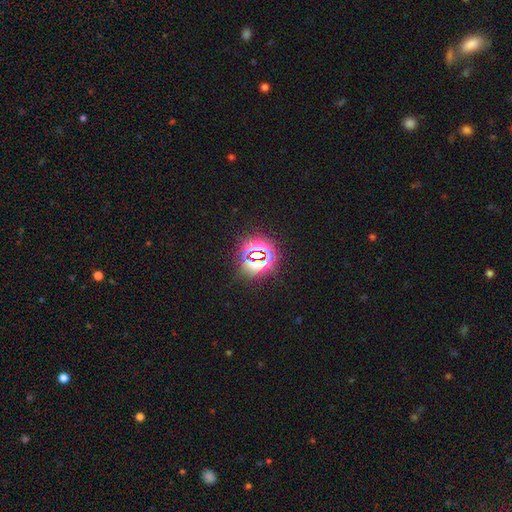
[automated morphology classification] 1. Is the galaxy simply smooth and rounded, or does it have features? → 72% star or artifact, 19% smooth, 9% featured or disk.